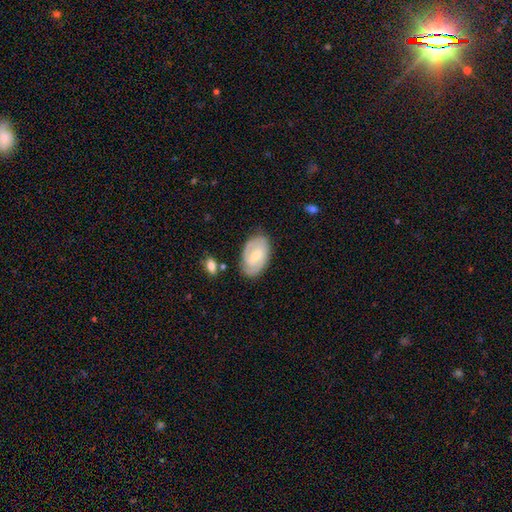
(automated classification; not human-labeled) Smooth or featured?
  - featured or disk: 66% *
  - smooth: 29%
  - star or artifact: 6%
Edge-on disk?
  - no: 96% *
  - yes: 4%
Bar?
  - weak: 54% *
  - no: 30%
  - strong: 17%
Spiral arms?
  - yes: 85% *
  - no: 15%
Spiral winding?
  - tight: 48% *
  - medium: 38%
  - loose: 14%
Spiral arm count?
  - 2: 64% *
  - can't tell: 21%
  - 3: 6%
  - 1: 5%
  - 4: 2%
  - more than 4: 1%
Bulge size?
  - small: 53% *
  - moderate: 43%
  - none: 2%
  - large: 2%
  - dominant: 1%
Merging?
  - none: 75% *
  - minor disturbance: 18%
  - major disturbance: 4%
  - merger: 2%